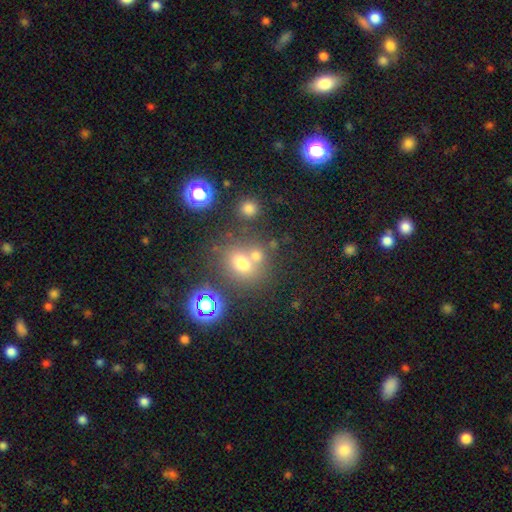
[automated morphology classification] This appears to be a smooth galaxy with no disk features (66%) that is round (65%). Merging: none (50%).